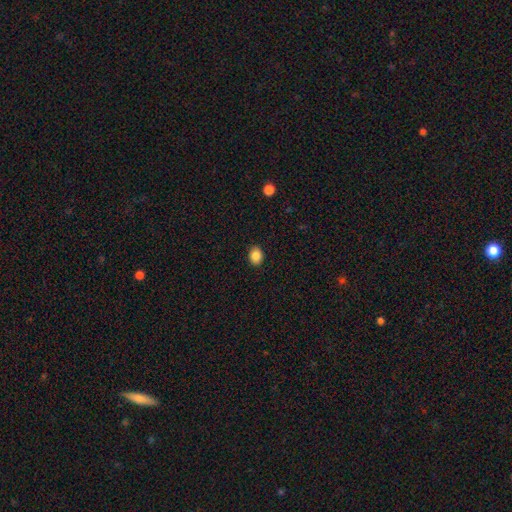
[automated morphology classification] smooth_or_featured: smooth (p=0.86) [alt: star or artifact p=0.09]
how_rounded: in between (p=0.57) [alt: round p=0.42]
merging: none (p=0.90) [alt: minor disturbance p=0.07]